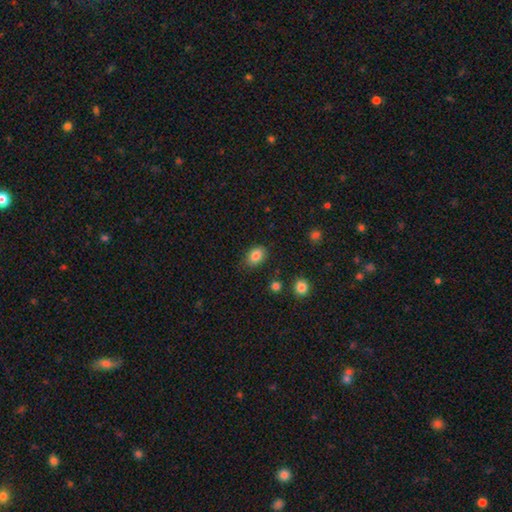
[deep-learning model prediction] A smooth galaxy with no disk features (85%) that is in between round and cigar-shaped (79%). Merging: none (83%).